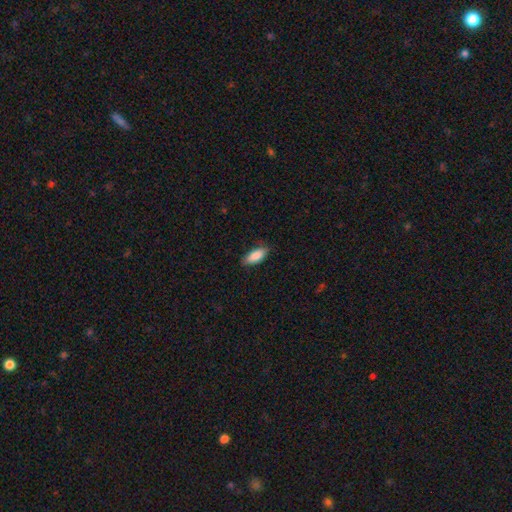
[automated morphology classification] Q: Smooth or featured?
A: smooth (87%); runner-up: featured or disk (7%)
Q: How rounded?
A: in between (83%); runner-up: cigar-shaped (15%)
Q: Merging?
A: none (82%); runner-up: minor disturbance (15%)